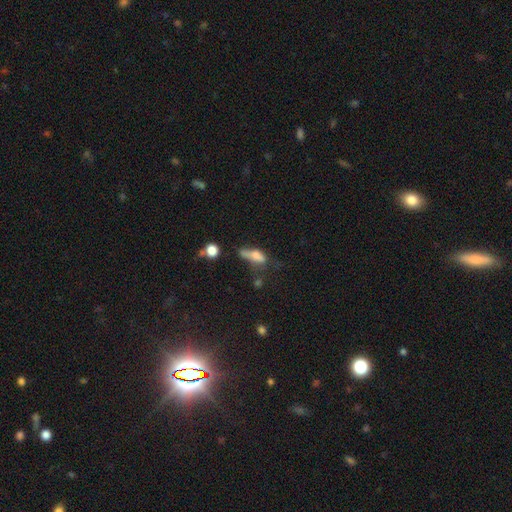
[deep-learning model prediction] smooth_or_featured: smooth (p=0.62) [alt: featured or disk p=0.25]
how_rounded: in between (p=0.58) [alt: cigar-shaped p=0.36]
merging: major disturbance (p=0.33) [alt: minor disturbance p=0.27]